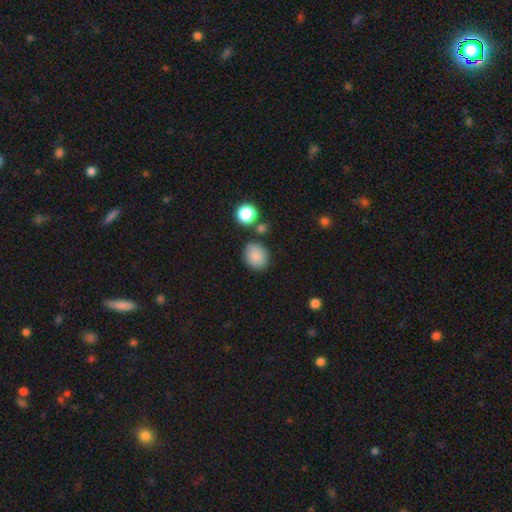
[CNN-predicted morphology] Smooth or featured?
  - smooth: 86% *
  - star or artifact: 9%
  - featured or disk: 6%
How rounded?
  - round: 65% *
  - in between: 34%
  - cigar-shaped: 1%
Merging?
  - none: 77% *
  - minor disturbance: 13%
  - merger: 6%
  - major disturbance: 3%